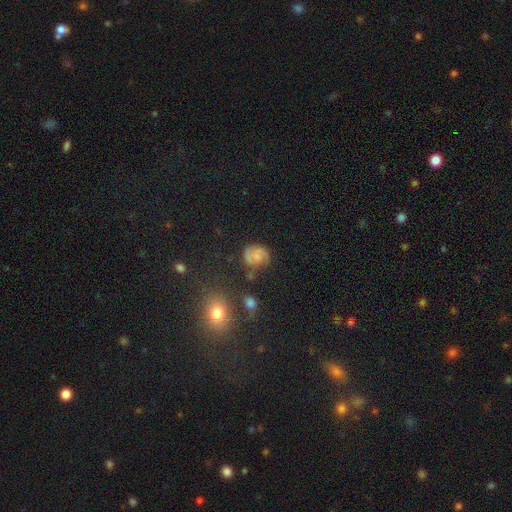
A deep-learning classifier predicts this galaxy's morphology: A featured or disk galaxy (54%) with no bar (66%), spiral arms (84%) and a small central bulge (39%). Merging: none (61%).